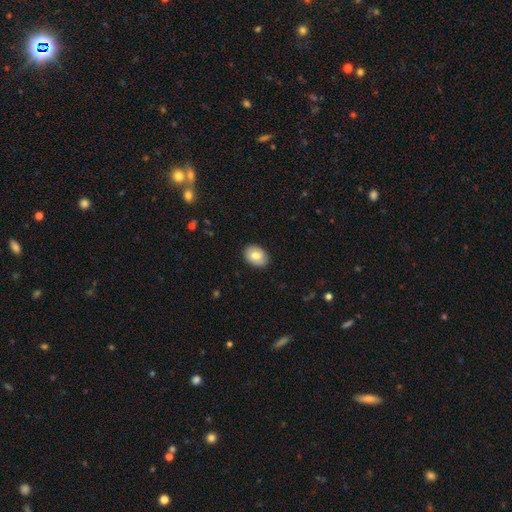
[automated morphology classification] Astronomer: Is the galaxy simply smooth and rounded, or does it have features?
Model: smooth — 75%.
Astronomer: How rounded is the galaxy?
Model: in between — 69%.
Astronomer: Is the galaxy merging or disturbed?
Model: none — 88%.